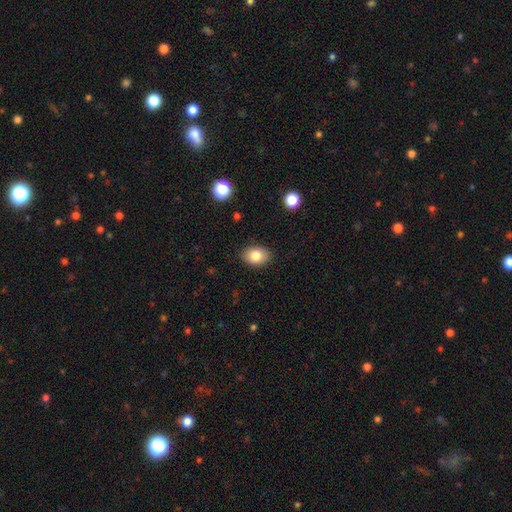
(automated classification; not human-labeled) A smooth galaxy with no disk features (84%) that is in between round and cigar-shaped (76%). Merging: none (86%).